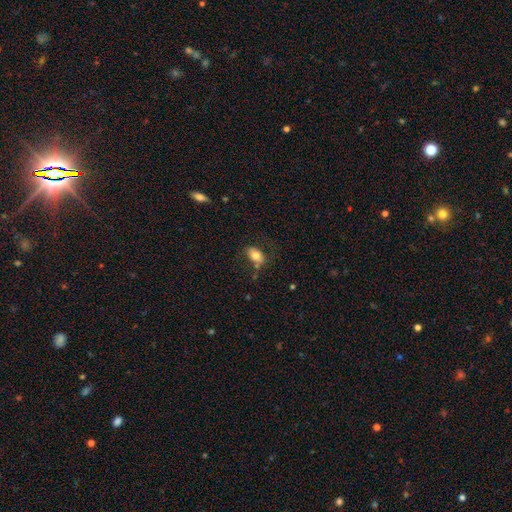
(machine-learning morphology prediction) Smooth or featured? smooth (75%)
How rounded? in between (89%)
Merging? none (62%)